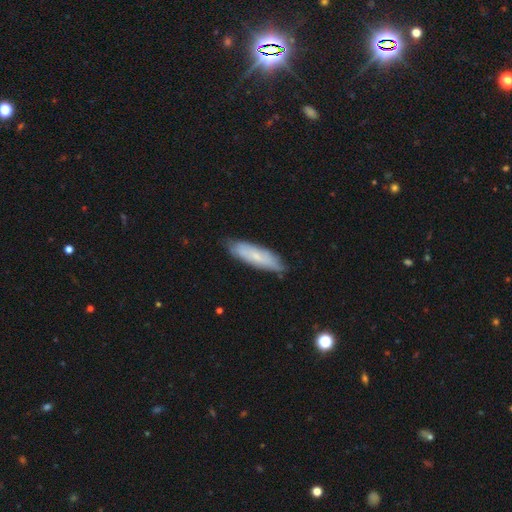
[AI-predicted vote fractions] Q: Smooth or featured?
A: smooth (58%); runner-up: featured or disk (36%)
Q: How rounded?
A: cigar-shaped (60%); runner-up: in between (39%)
Q: Merging?
A: none (79%); runner-up: minor disturbance (17%)